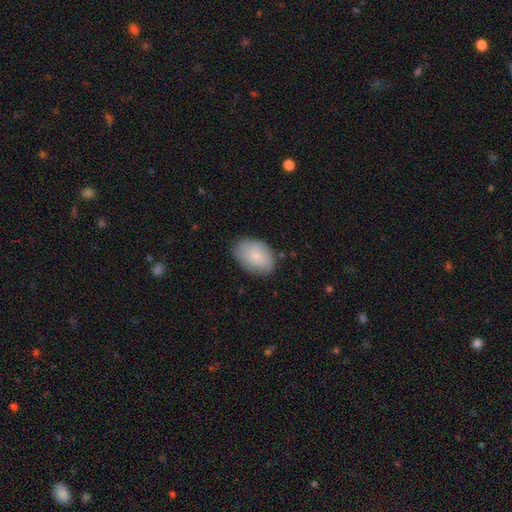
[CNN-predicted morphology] Smooth or featured? smooth (74%)
How rounded? in between (83%)
Merging? none (78%)